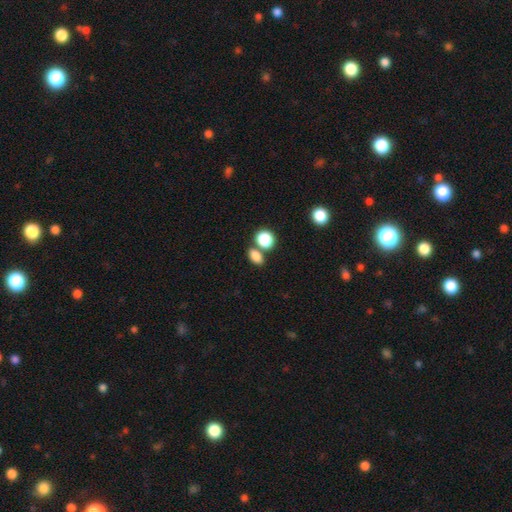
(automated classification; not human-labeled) Smooth or featured? smooth (84%)
How rounded? in between (72%)
Merging? none (59%)